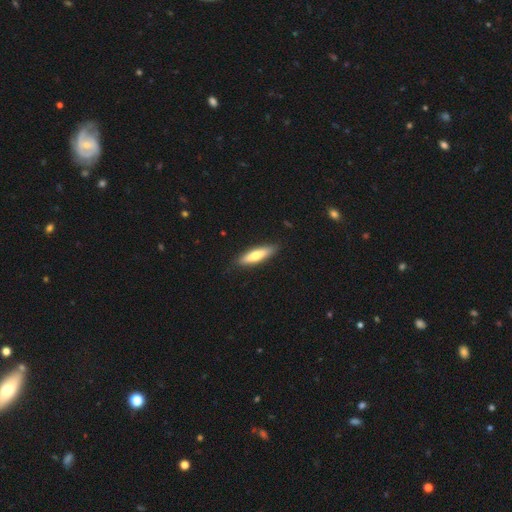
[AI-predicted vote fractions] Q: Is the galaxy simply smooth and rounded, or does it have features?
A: smooth — 63%.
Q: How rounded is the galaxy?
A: cigar-shaped — 69%.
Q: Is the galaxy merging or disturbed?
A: none — 87%.